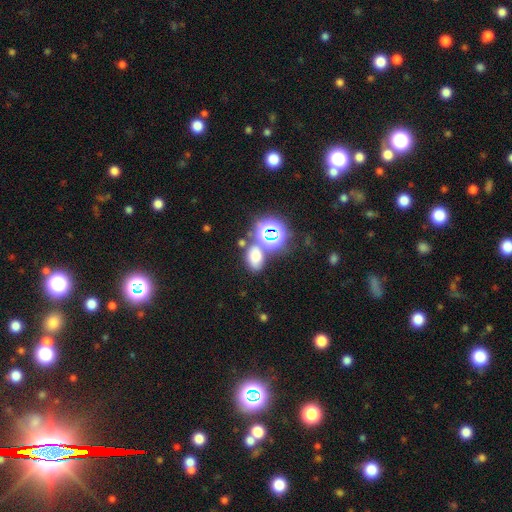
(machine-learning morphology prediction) Smooth or featured?
  - smooth: 62% *
  - star or artifact: 29%
  - featured or disk: 9%
How rounded?
  - in between: 73% *
  - round: 25%
  - cigar-shaped: 2%
Merging?
  - none: 62% *
  - merger: 21%
  - minor disturbance: 13%
  - major disturbance: 5%